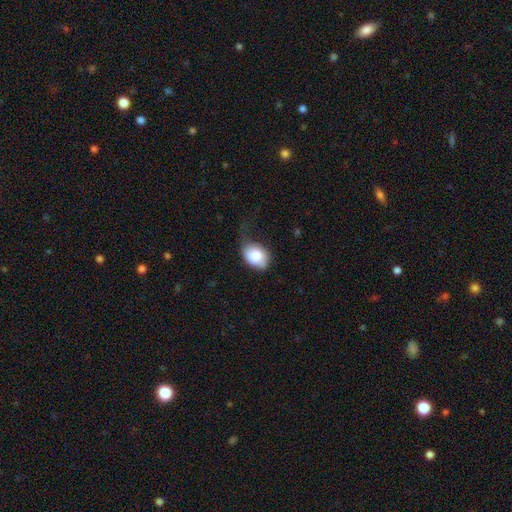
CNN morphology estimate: smooth_or_featured: smooth (p=0.79) [alt: featured or disk p=0.14]
how_rounded: in between (p=0.70) [alt: round p=0.29]
merging: minor disturbance (p=0.38) [alt: none p=0.32]